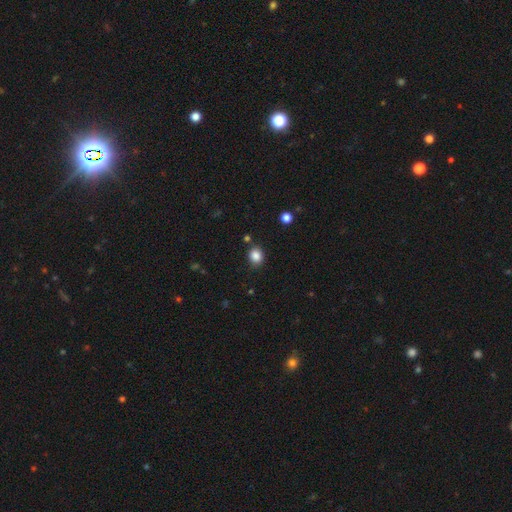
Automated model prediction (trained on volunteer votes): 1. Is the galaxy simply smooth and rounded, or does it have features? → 85% smooth, 11% star or artifact, 4% featured or disk.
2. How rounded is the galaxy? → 62% round, 37% in between, 1% cigar-shaped.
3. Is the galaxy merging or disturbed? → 83% none, 11% minor disturbance, 4% merger, 3% major disturbance.